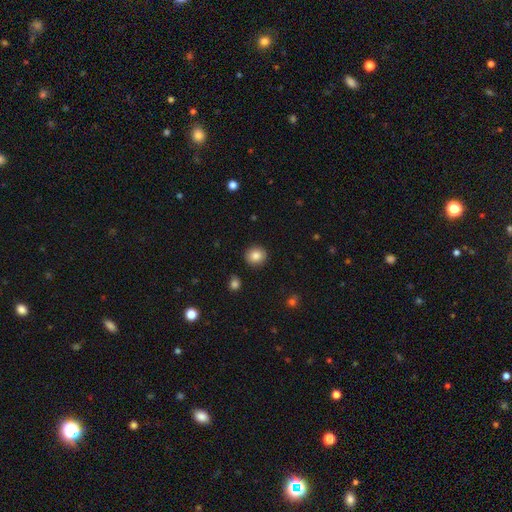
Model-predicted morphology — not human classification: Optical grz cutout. It shows a smooth galaxy with no disk features (85%) that is round (86%). Merging: none (91%).